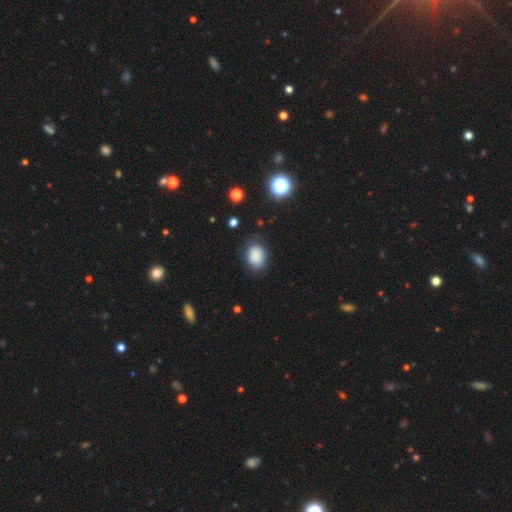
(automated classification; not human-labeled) Smooth or featured?
  - smooth: 87% *
  - star or artifact: 9%
  - featured or disk: 4%
How rounded?
  - in between: 69% *
  - round: 30%
  - cigar-shaped: 1%
Merging?
  - none: 81% *
  - minor disturbance: 14%
  - major disturbance: 4%
  - merger: 1%